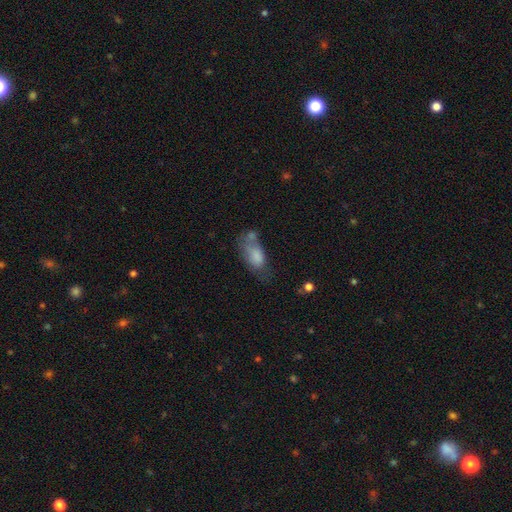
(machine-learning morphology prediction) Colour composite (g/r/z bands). It shows a smooth galaxy with no disk features (74%) that is in between round and cigar-shaped (90%). Merging: none (30%).